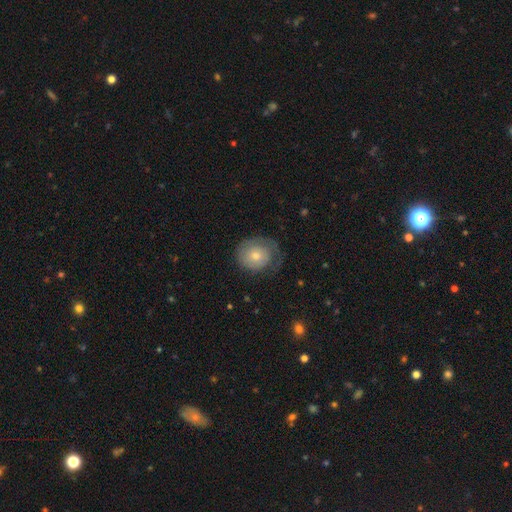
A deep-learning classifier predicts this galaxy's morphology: Q: Smooth or featured?
A: smooth (49%); runner-up: featured or disk (43%)
Q: Merging?
A: none (56%); runner-up: minor disturbance (25%)